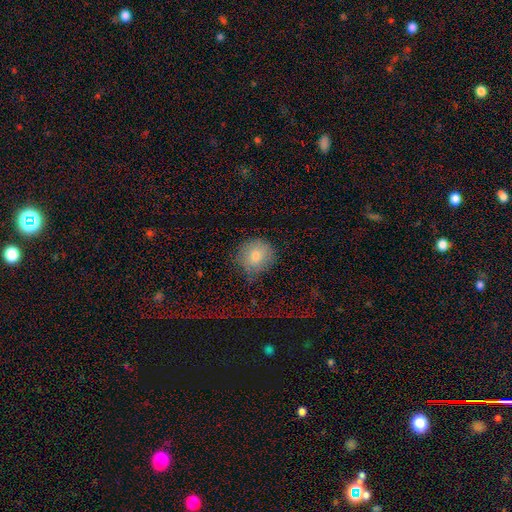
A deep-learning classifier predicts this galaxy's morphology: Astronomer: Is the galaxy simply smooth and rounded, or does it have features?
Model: smooth — 75%.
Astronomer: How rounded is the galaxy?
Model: round — 87%.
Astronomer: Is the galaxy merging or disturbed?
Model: none — 67%.